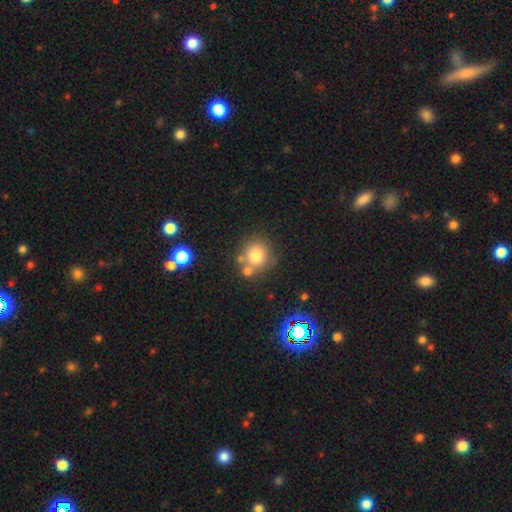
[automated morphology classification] A smooth galaxy with no disk features (78%) that is round (89%). Merging: none (64%).